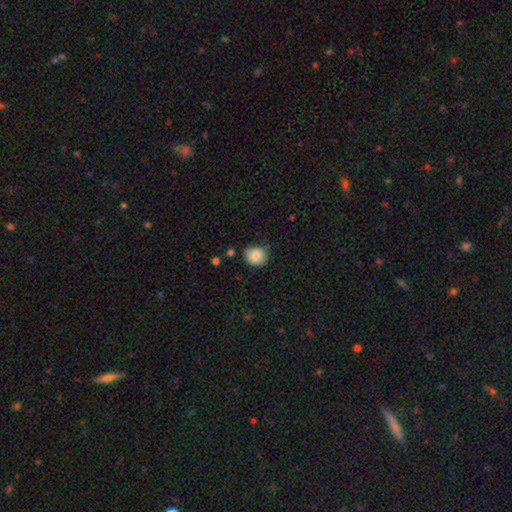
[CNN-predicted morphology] type=smooth (84%); roundness=round (74%); merging=none (79%).